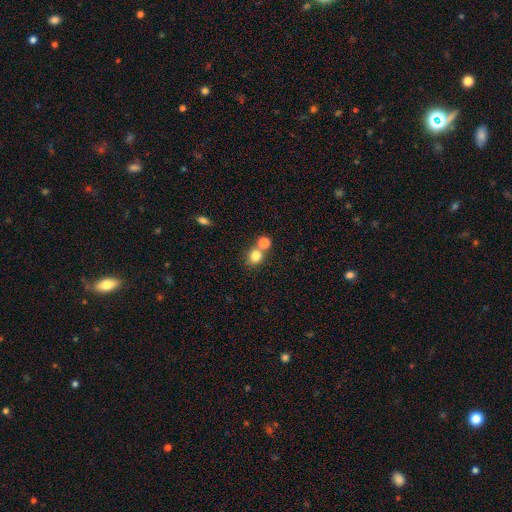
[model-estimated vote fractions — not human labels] smooth_or_featured: smooth (p=0.80) [alt: star or artifact p=0.12]
how_rounded: round (p=0.77) [alt: in between p=0.22]
merging: none (p=0.53) [alt: merger p=0.37]